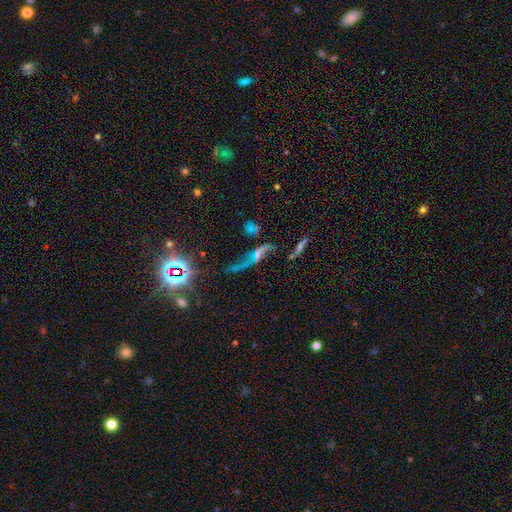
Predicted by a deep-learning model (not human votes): Q: Smooth or featured?
A: featured or disk (63%); runner-up: star or artifact (25%)
Q: Edge-on disk?
A: no (80%); runner-up: yes (20%)
Q: Bar?
A: no (55%); runner-up: weak (27%)
Q: Spiral arms?
A: yes (78%); runner-up: no (22%)
Q: Bulge size?
A: small (43%); runner-up: moderate (27%)
Q: Merging?
A: none (47%); runner-up: major disturbance (23%)